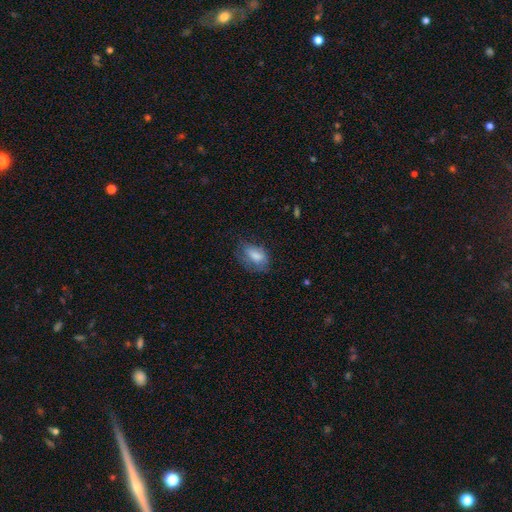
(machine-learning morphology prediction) Q: Smooth or featured?
A: smooth (72%); runner-up: featured or disk (20%)
Q: How rounded?
A: in between (88%); runner-up: round (9%)
Q: Merging?
A: none (49%); runner-up: minor disturbance (30%)